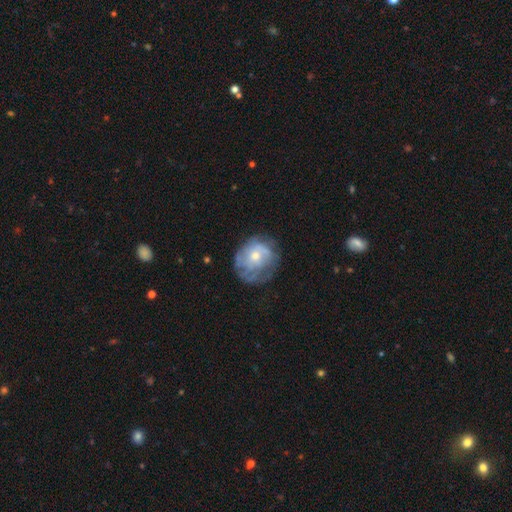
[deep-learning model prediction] A featured or disk galaxy (57%) with no bar (84%), spiral arms (54%) and a moderate central bulge (47%).

Vote fractions:
- Smooth or featured? featured or disk: 57% / smooth: 35% / star or artifact: 8%
- Edge-on disk? no: 97% / yes: 3%
- Bar? no: 84% / weak: 14% / strong: 2%
- Spiral arms? yes: 54% / no: 46%
- Bulge size? moderate: 47% / small: 46% / large: 3% / none: 2% / dominant: 1%
- Merging? none: 56% / minor disturbance: 24% / major disturbance: 18% / merger: 2%